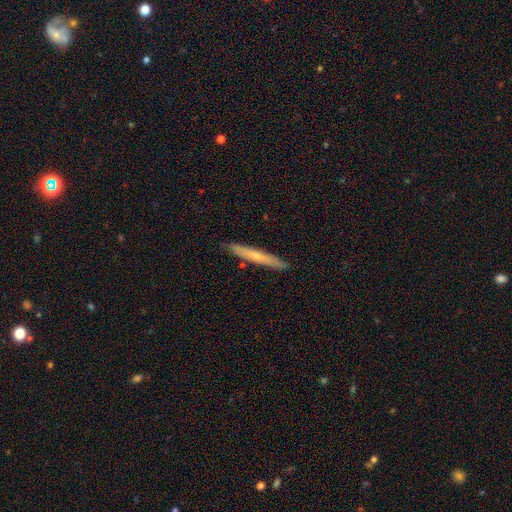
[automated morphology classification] Smooth or featured?
  - smooth: 52% *
  - featured or disk: 43%
  - star or artifact: 6%
How rounded?
  - cigar-shaped: 96% *
  - in between: 3%
  - round: 1%
Merging?
  - none: 90% *
  - minor disturbance: 8%
  - merger: 1%
  - major disturbance: 1%